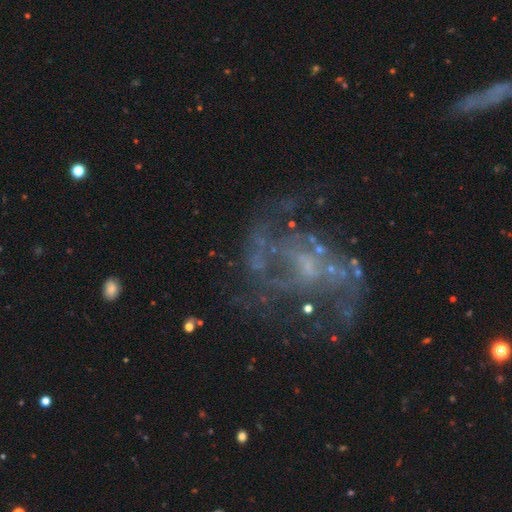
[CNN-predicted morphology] Overall: featured or disk (80%). Edge-on disk: no (98%). Bar: no (47%; weak 40%). Spiral arms: yes (78%). Spiral arm count: 2 (51%; can't tell 25%). Spiral winding: medium (44%; loose 38%). Bulge size: none (45%; small 37%). Merging: none (55%; major disturbance 24%).